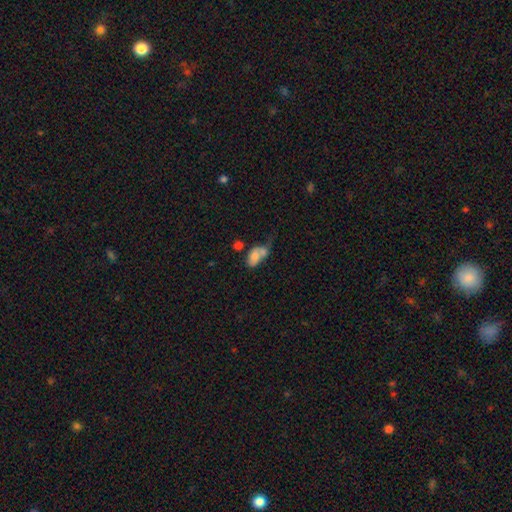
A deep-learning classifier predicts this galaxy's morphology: smooth-or-featured: smooth: 67% | featured or disk: 23% | star or artifact: 10%
  how-rounded: in between: 86% | round: 11% | cigar-shaped: 2%
  merging: merger: 38% | major disturbance: 22% | minor disturbance: 20% | none: 20%